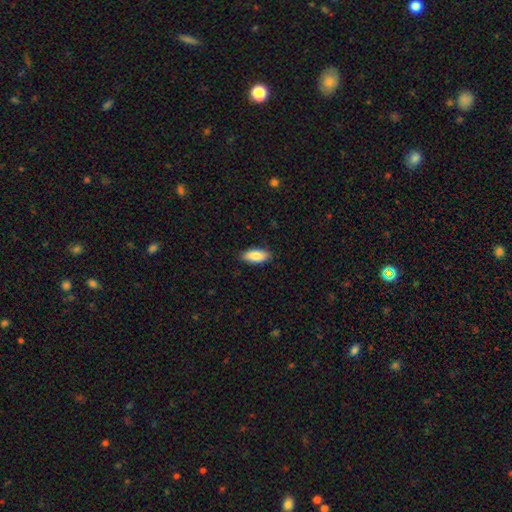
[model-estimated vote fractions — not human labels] This is clearly a smooth galaxy (85%). How rounded: clearly in between (88%). Merging: clearly none (88%).